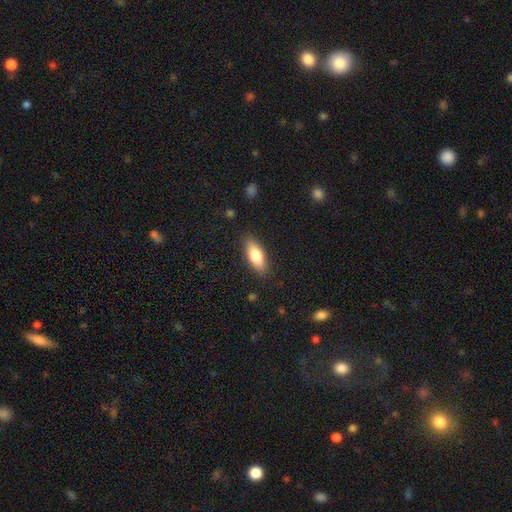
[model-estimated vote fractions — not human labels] This appears to be a smooth galaxy with no disk features (78%) that is in between round and cigar-shaped (75%). Merging: none (85%).